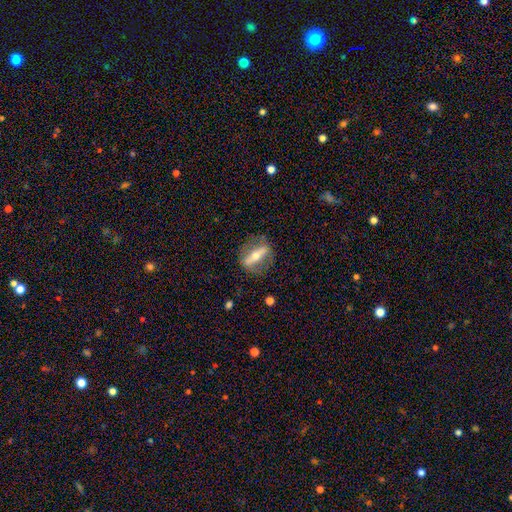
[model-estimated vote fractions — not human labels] Smooth or featured?
  - featured or disk: 68% *
  - smooth: 25%
  - star or artifact: 7%
Edge-on disk?
  - yes: 50% * (tied)
  - no: 50% * (tied)
Merging?
  - none: 77% *
  - minor disturbance: 13%
  - major disturbance: 8%
  - merger: 1%